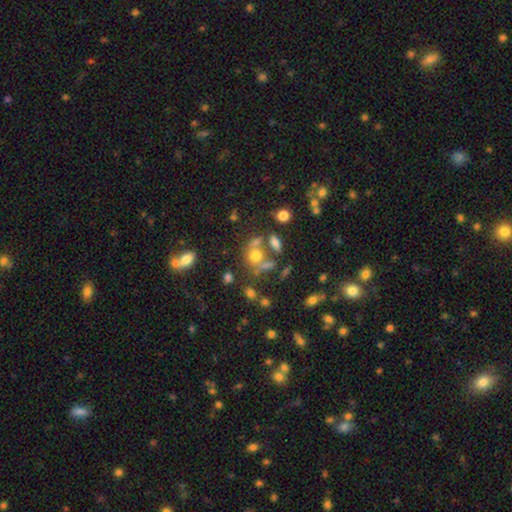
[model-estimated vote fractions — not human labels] Smooth or featured: smooth — 61% (star or artifact — 20%)
How rounded: round — 62% (in between — 35%)
Merging: none — 45% (merger — 33%)